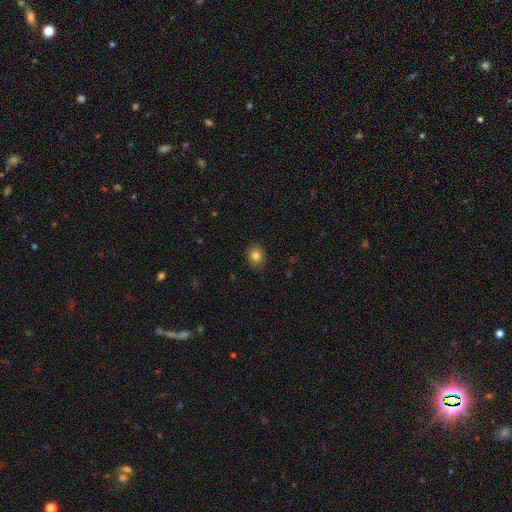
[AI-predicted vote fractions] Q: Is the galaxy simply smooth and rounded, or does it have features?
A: smooth — 82%.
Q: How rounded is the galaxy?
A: round — 50%.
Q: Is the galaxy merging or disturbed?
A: none — 88%.